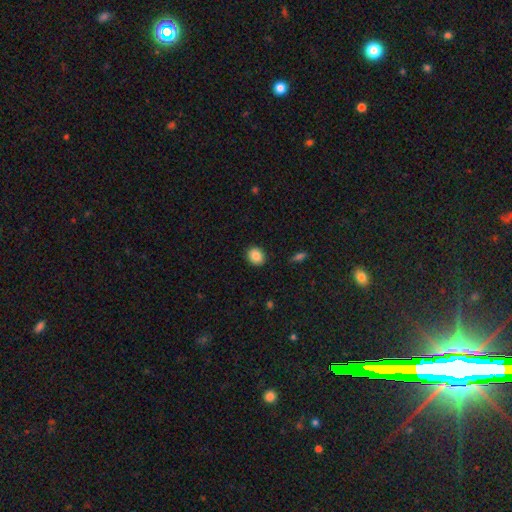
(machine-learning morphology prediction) A smooth galaxy with no disk features (86%) that is round (63%).

Vote fractions:
- Smooth or featured? smooth: 86% / star or artifact: 9% / featured or disk: 5%
- How rounded? round: 63% / in between: 36% / cigar-shaped: 1%
- Merging? none: 90% / minor disturbance: 7% / major disturbance: 2% / merger: 1%